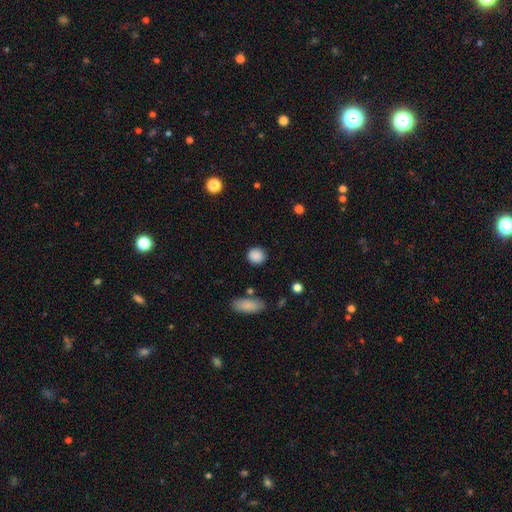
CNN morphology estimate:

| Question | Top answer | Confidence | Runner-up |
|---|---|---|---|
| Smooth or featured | smooth | 88% | star or artifact (9%) |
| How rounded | round | 85% | in between (14%) |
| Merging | none | 88% | minor disturbance (7%) |